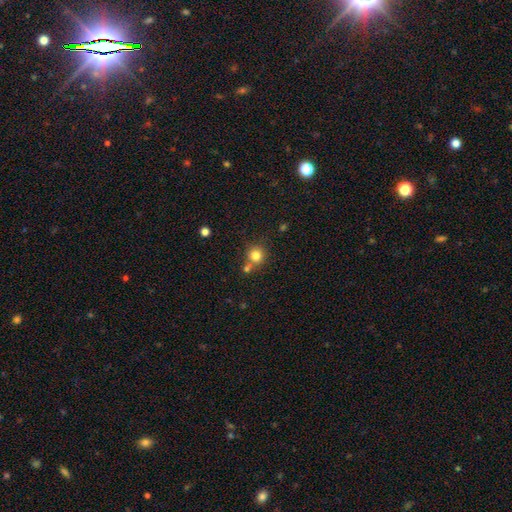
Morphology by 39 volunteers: Smooth or featured? smooth (82%)
How rounded? round (84%)
Merging? merger (41%)